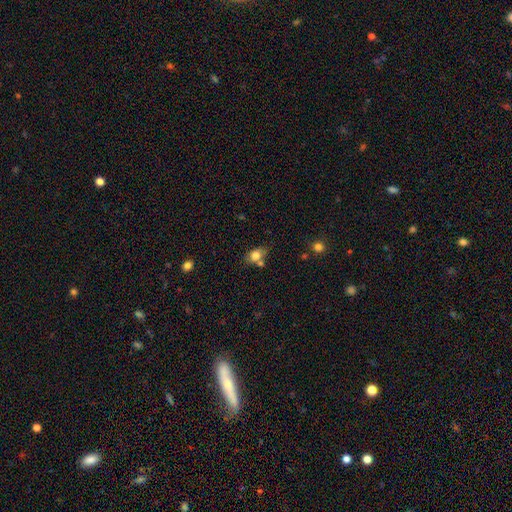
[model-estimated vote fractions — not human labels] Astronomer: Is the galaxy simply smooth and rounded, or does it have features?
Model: smooth — 78%.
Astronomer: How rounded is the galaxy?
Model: in between — 67%.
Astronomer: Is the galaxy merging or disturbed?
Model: none — 55%.